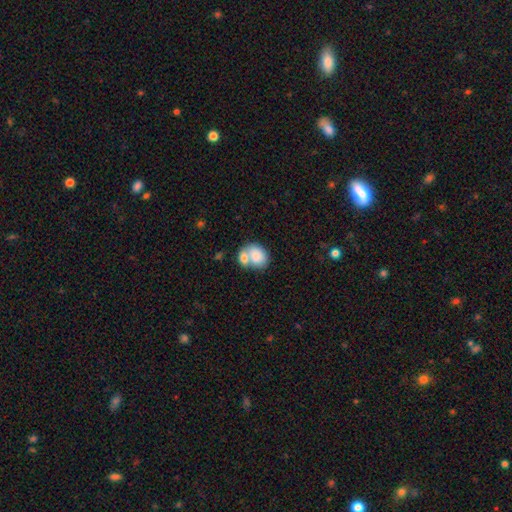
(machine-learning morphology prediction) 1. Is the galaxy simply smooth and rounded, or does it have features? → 79% smooth, 14% featured or disk, 7% star or artifact.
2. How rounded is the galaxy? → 62% in between, 37% round, 1% cigar-shaped.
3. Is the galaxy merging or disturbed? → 57% merger, 29% none, 10% minor disturbance, 4% major disturbance.